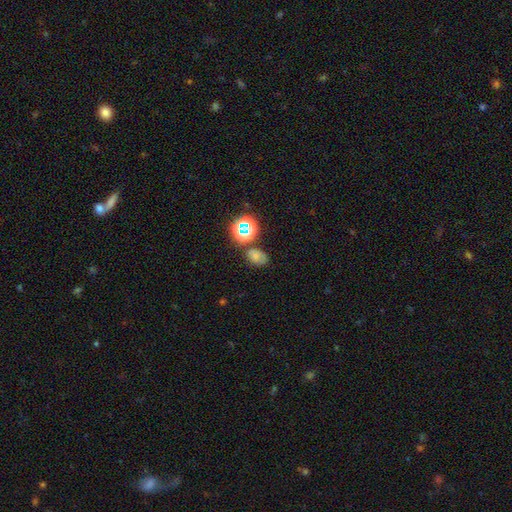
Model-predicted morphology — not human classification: Overall: smooth (60%; star or artifact 27%). How rounded: in between (70%). Merging: none (63%).